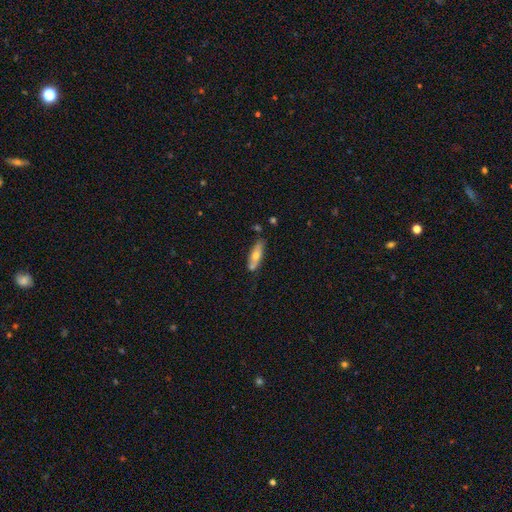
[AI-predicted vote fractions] smooth 56%, featured or disk 37%, star or artifact 6%. Down the decision tree: how rounded — in between (49%); merging — none (69%).